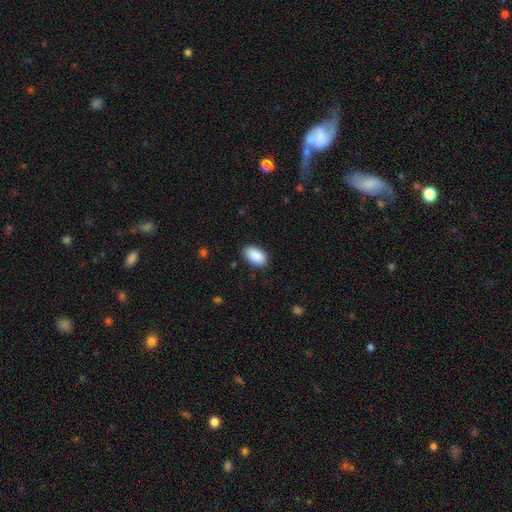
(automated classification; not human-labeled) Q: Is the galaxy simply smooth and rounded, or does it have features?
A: smooth — 91%.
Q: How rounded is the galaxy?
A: in between — 95%.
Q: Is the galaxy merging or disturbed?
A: none — 88%.